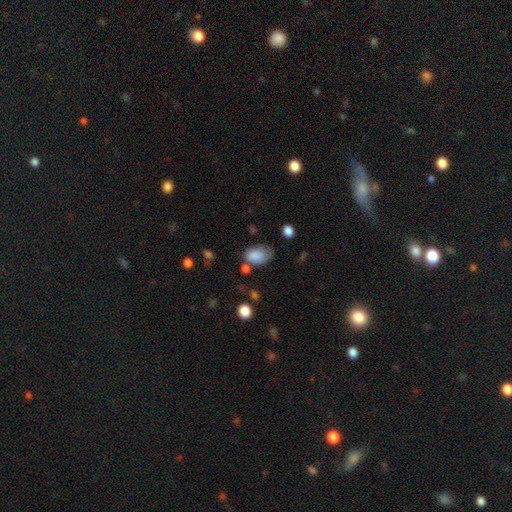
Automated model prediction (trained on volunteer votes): Smooth or featured: smooth — 84% (star or artifact — 8%)
How rounded: in between — 86% (round — 13%)
Merging: none — 49% (minor disturbance — 31%)